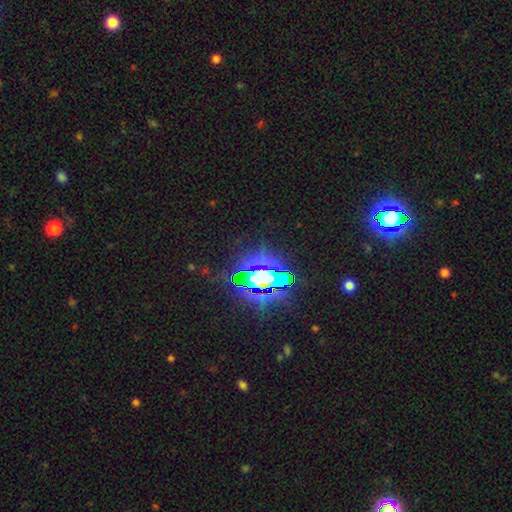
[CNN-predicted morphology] Overall: star or artifact (82%).